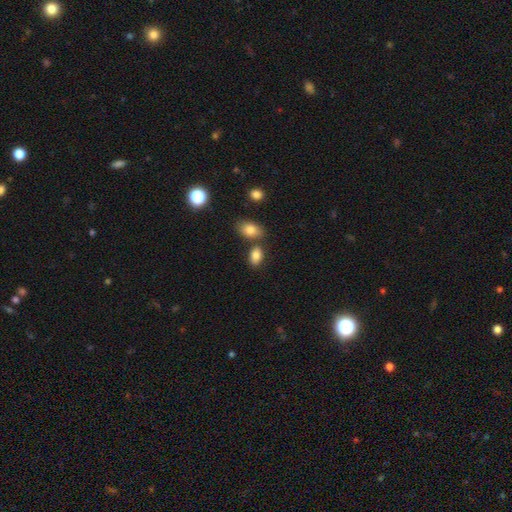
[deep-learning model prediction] smooth-or-featured: smooth: 83% | star or artifact: 9% | featured or disk: 8%
  how-rounded: in between: 86% | round: 12% | cigar-shaped: 2%
  merging: none: 65% | merger: 19% | minor disturbance: 12% | major disturbance: 4%